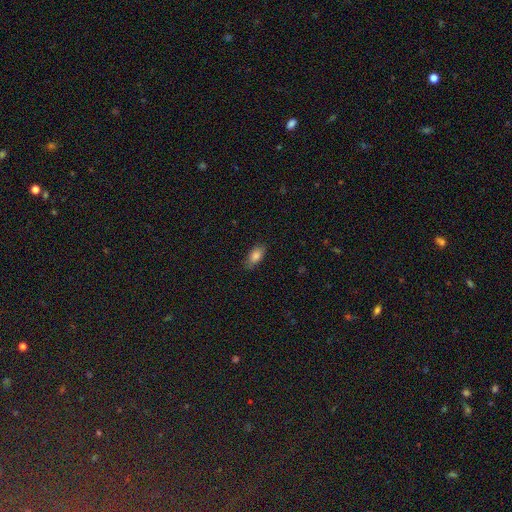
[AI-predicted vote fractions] Morphology: type=smooth (84%); roundness=in between (87%); merging=none (82%).